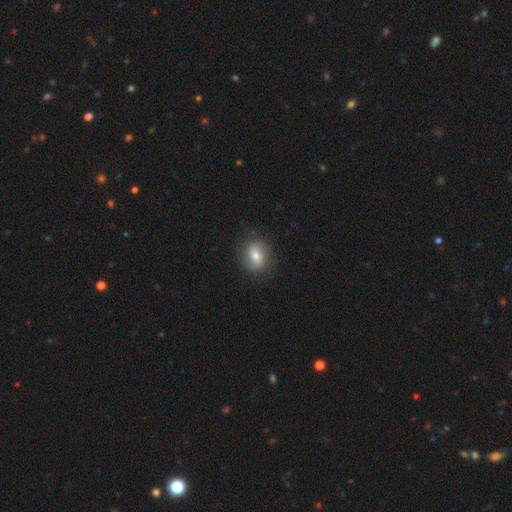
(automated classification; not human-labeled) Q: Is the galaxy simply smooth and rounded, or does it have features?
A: smooth — 63%.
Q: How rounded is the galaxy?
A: round — 57%.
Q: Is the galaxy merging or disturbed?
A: none — 81%.